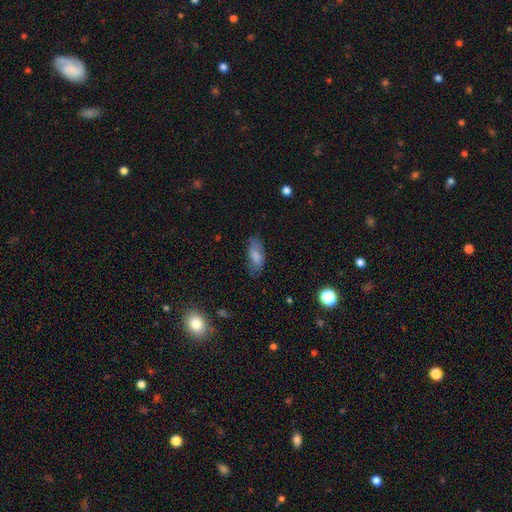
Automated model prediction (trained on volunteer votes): This appears to be a smooth galaxy with no disk features (77%) that is in between round and cigar-shaped (85%). Merging: none (73%).